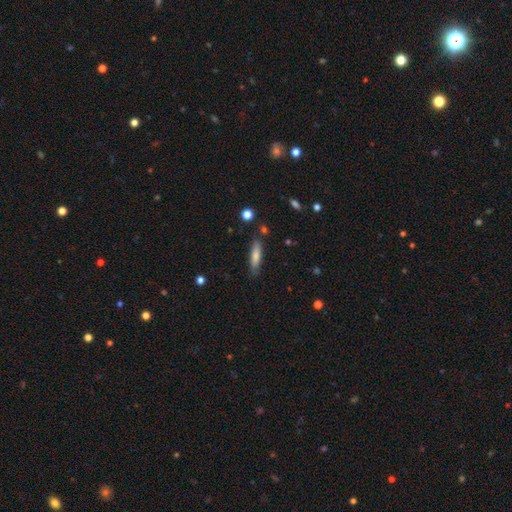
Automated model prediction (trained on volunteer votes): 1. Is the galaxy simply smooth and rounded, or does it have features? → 74% smooth, 19% featured or disk, 7% star or artifact.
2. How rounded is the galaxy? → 72% cigar-shaped, 26% in between, 2% round.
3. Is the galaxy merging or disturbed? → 81% none, 13% minor disturbance, 3% merger, 3% major disturbance.